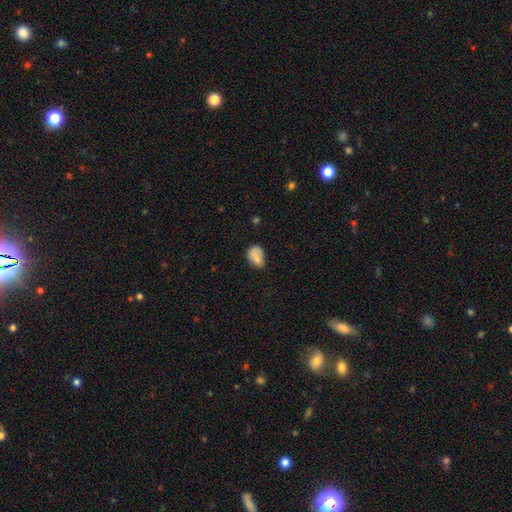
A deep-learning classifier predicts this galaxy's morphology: Smooth or featured: smooth — 77% (featured or disk — 14%)
How rounded: in between — 75% (round — 24%)
Merging: none — 53% (minor disturbance — 30%)